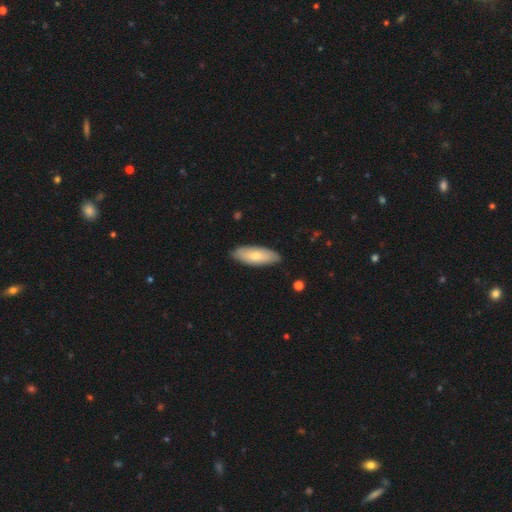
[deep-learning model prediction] Smooth or featured?
  - smooth: 70% *
  - featured or disk: 25%
  - star or artifact: 5%
How rounded?
  - in between: 73% *
  - cigar-shaped: 26%
  - round: 2%
Merging?
  - none: 84% *
  - minor disturbance: 13%
  - major disturbance: 2%
  - merger: 1%